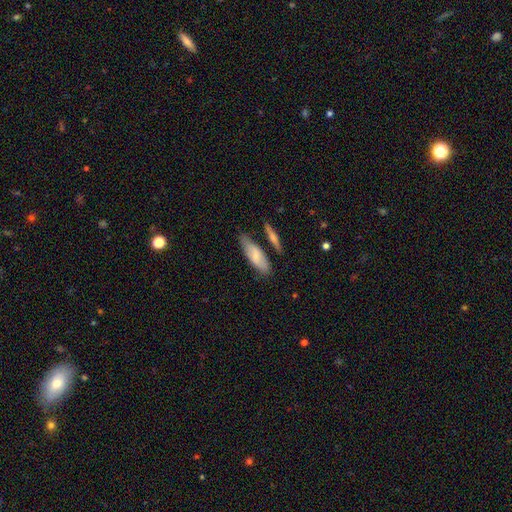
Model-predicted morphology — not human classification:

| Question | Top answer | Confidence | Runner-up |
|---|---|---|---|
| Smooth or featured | smooth | 70% | featured or disk (24%) |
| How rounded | in between | 59% | cigar-shaped (39%) |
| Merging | none | 65% | minor disturbance (20%) |